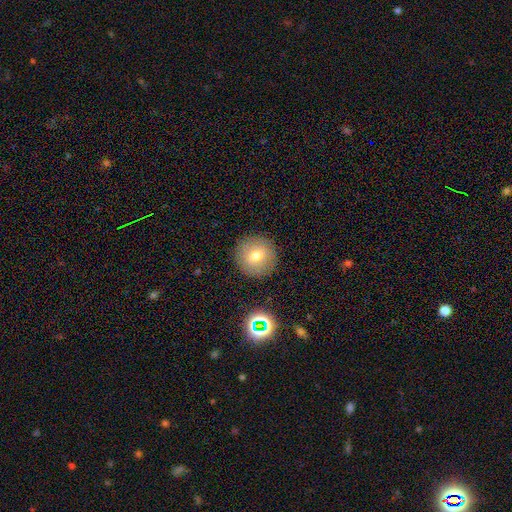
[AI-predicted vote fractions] The model was most divided on "smooth or featured": smooth: 70%, featured or disk: 18%, star or artifact: 12%. More confident: how rounded — round (94%); merging — none (89%).